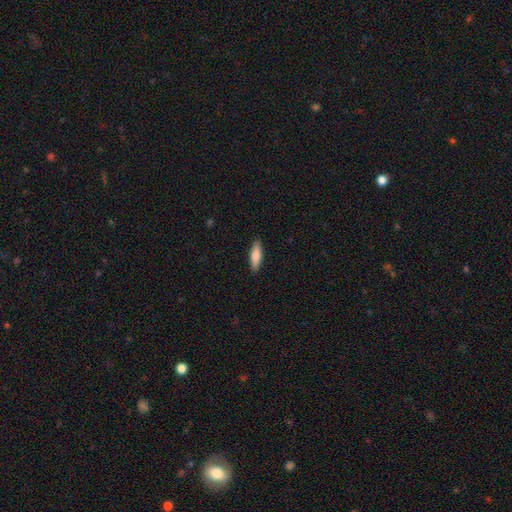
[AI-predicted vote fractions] Overall: smooth (79%). How rounded: cigar-shaped (58%; in between 40%). Merging: none (89%).